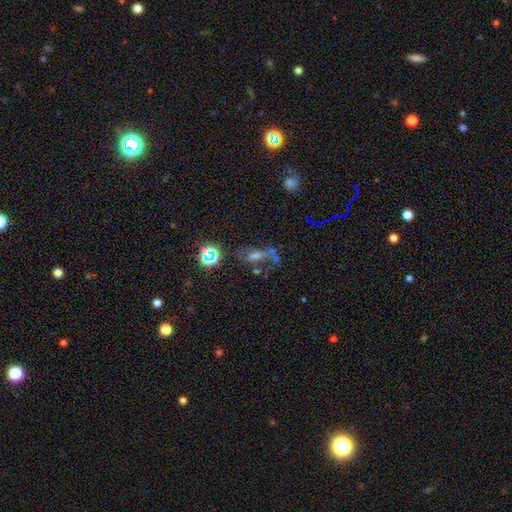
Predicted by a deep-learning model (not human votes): Smooth or featured: star or artifact — 34% (tied with featured or disk — 34%)